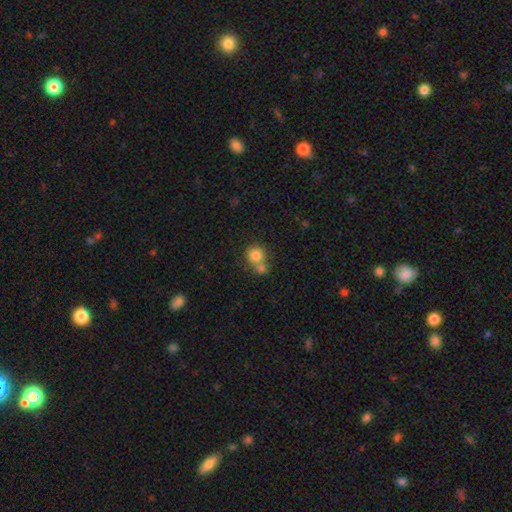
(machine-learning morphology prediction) Smooth or featured: smooth — 80% (star or artifact — 11%)
How rounded: round — 89% (in between — 10%)
Merging: none — 47% (merger — 42%)